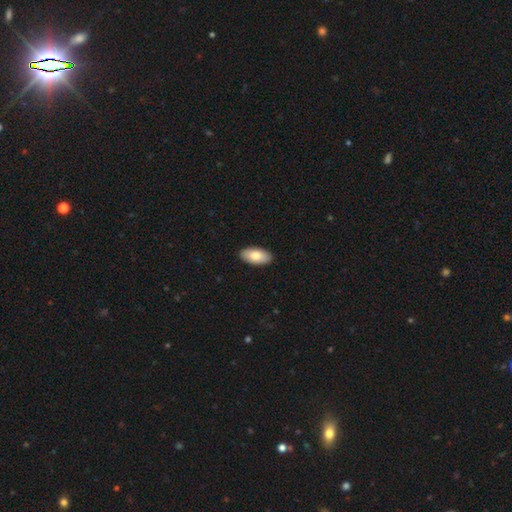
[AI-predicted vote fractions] This appears to be a smooth galaxy with no disk features (80%) that is in between round and cigar-shaped (94%). Merging: none (91%).